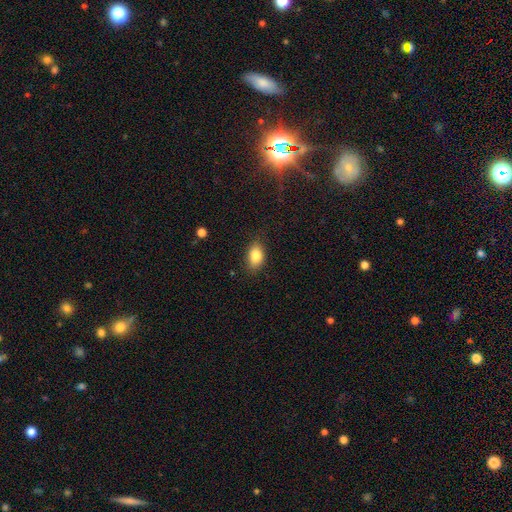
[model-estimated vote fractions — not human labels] The model was most divided on "merging": none: 83%, minor disturbance: 13%, major disturbance: 3%, merger: 1%. More confident: how rounded — in between (86%); smooth or featured — smooth (84%).